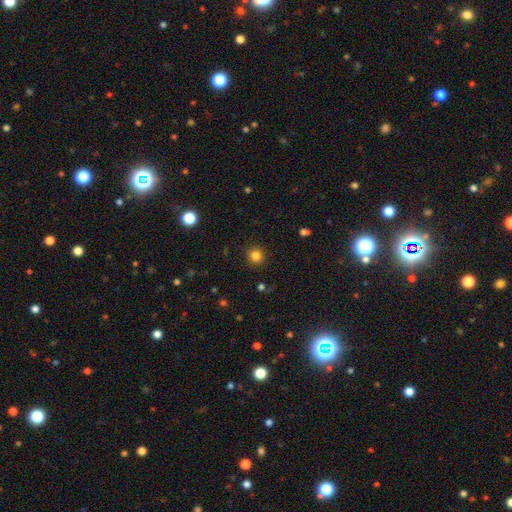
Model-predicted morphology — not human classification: Smooth or featured?
  - smooth: 82% *
  - star or artifact: 13%
  - featured or disk: 4%
How rounded?
  - round: 92% *
  - in between: 7%
  - cigar-shaped: 1%
Merging?
  - none: 91% *
  - minor disturbance: 6%
  - major disturbance: 2%
  - merger: 1%